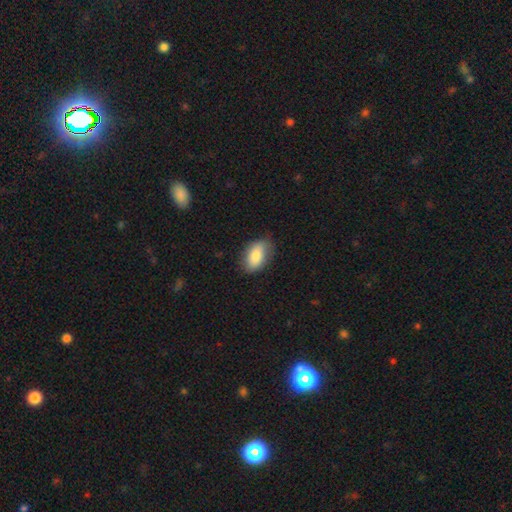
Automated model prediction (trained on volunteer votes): Q: Smooth or featured?
A: smooth (83%); runner-up: featured or disk (10%)
Q: How rounded?
A: in between (92%); runner-up: round (6%)
Q: Merging?
A: none (76%); runner-up: minor disturbance (19%)